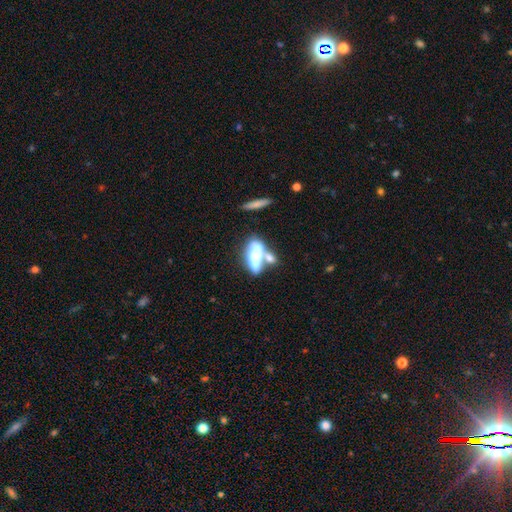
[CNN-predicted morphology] type=smooth (51%); roundness=in between (80%); merging=merger (54%).